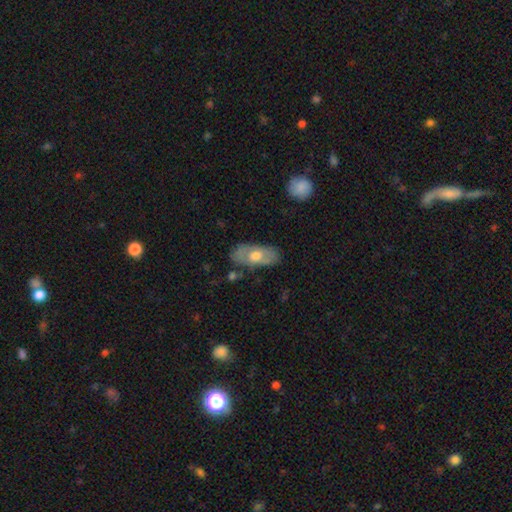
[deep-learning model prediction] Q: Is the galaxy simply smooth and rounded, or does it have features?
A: smooth — 53%.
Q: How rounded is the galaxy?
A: in between — 88%.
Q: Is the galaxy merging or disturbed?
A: none — 76%.